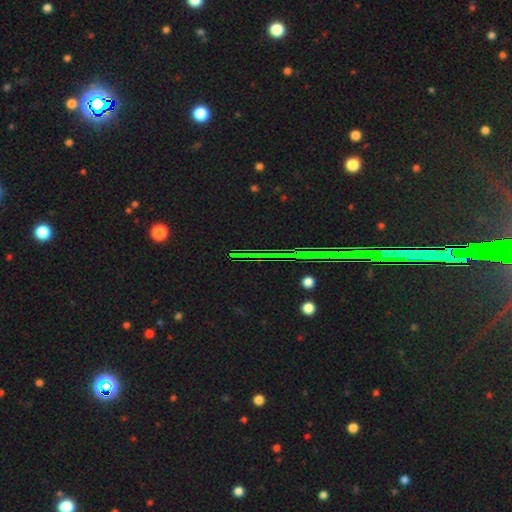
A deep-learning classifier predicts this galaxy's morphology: type=star or artifact (83%).